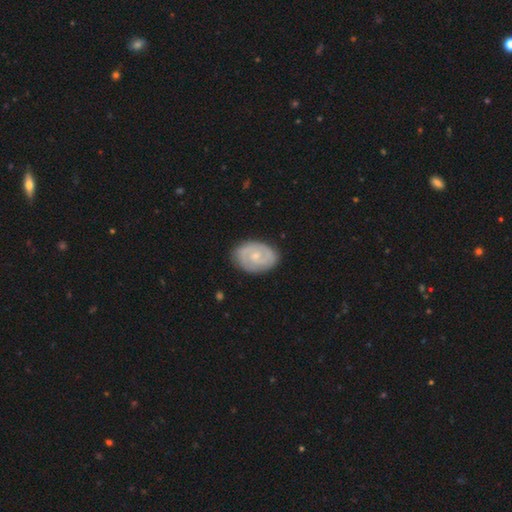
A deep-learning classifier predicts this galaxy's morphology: Smooth or featured?
  - featured or disk: 70% *
  - smooth: 25%
  - star or artifact: 5%
Edge-on disk?
  - no: 97% *
  - yes: 3%
Bar?
  - no: 68% *
  - weak: 28%
  - strong: 4%
Spiral arms?
  - yes: 83% *
  - no: 17%
Spiral winding?
  - tight: 56% *
  - medium: 34%
  - loose: 11%
Spiral arm count?
  - 2: 67% *
  - can't tell: 20%
  - 3: 6%
  - 1: 4%
  - 4: 2%
  - more than 4: 2%
Bulge size?
  - small: 62% *
  - moderate: 33%
  - none: 2%
  - large: 1%
  - dominant: 1%
Merging?
  - none: 84% *
  - minor disturbance: 12%
  - major disturbance: 3%
  - merger: 1%